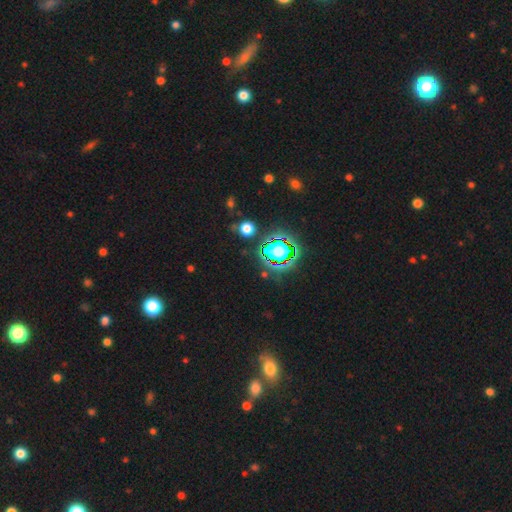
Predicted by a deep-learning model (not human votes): A star or artifact, not a galaxy (70%).

Vote fractions:
- Smooth or featured? star or artifact: 70% / smooth: 19% / featured or disk: 10%